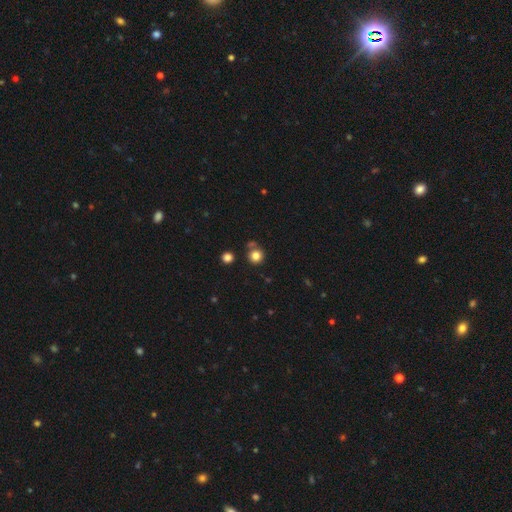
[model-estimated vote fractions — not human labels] Morphology: type=smooth (82%); roundness=round (92%); merging=none (75%).